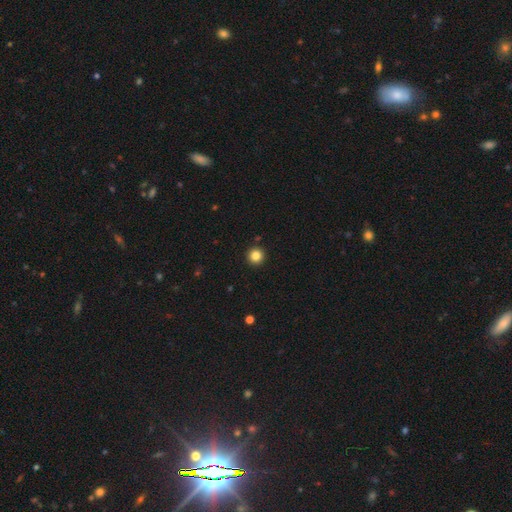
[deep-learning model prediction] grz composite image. It shows a smooth galaxy with no disk features (84%) that is round (96%). Merging: none (93%).